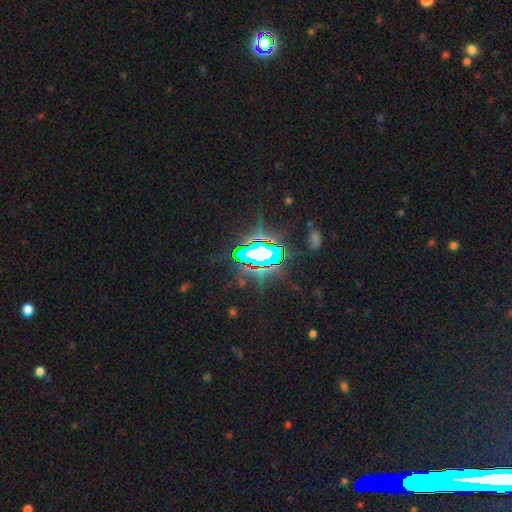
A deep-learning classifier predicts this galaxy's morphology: smooth-or-featured: star or artifact: 82% | smooth: 11% | featured or disk: 7%